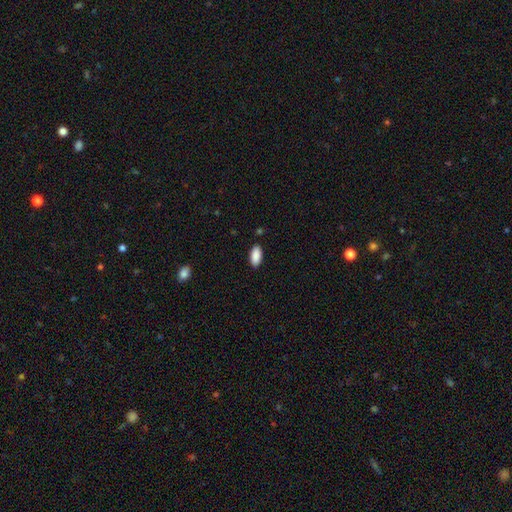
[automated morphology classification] A smooth galaxy with no disk features (90%) that is in between round and cigar-shaped (91%).

Vote fractions:
- Smooth or featured? smooth: 90% / star or artifact: 6% / featured or disk: 4%
- How rounded? in between: 91% / cigar-shaped: 7% / round: 2%
- Merging? none: 87% / minor disturbance: 9% / major disturbance: 2% / merger: 1%